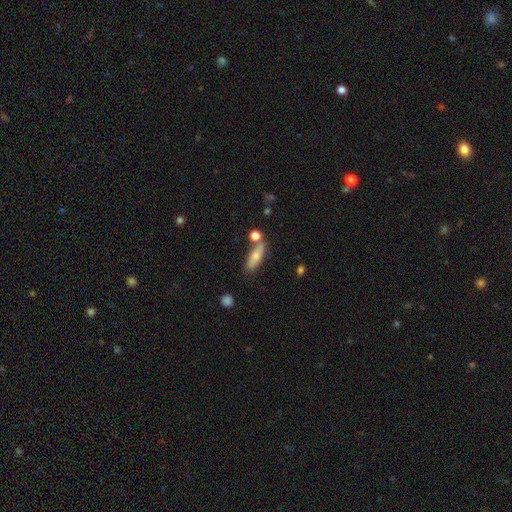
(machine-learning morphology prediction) This appears to be a smooth galaxy with no disk features (73%) that is cigar-shaped (56%). Merging: none (66%).